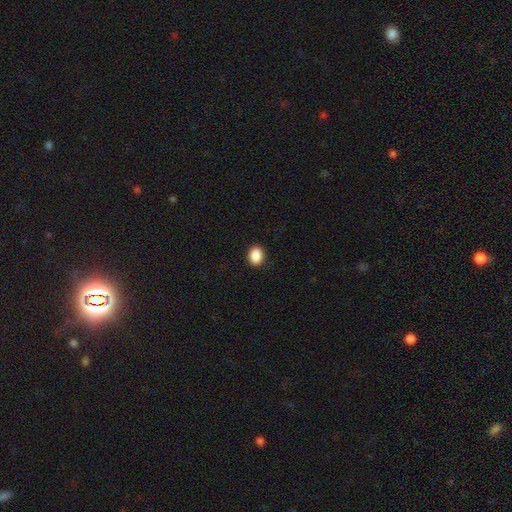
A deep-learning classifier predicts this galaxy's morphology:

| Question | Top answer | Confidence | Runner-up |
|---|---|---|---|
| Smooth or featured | smooth | 89% | star or artifact (8%) |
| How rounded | in between | 68% | round (31%) |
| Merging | none | 90% | minor disturbance (7%) |